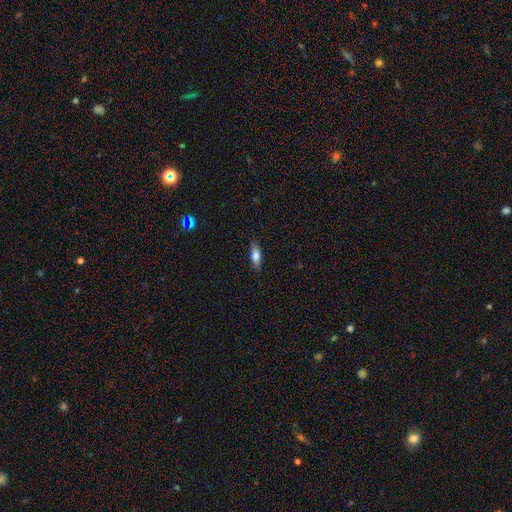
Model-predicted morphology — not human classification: A smooth galaxy with no disk features (69%) that is in between round and cigar-shaped (54%). Merging: none (86%).